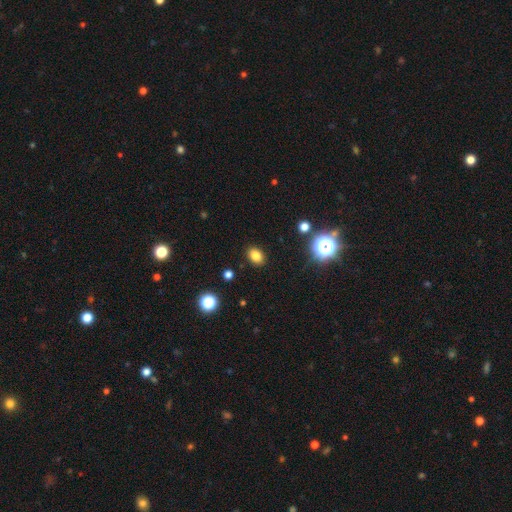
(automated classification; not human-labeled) This appears to be a smooth galaxy with no disk features (81%) that is in between round and cigar-shaped (73%). Merging: none (89%).